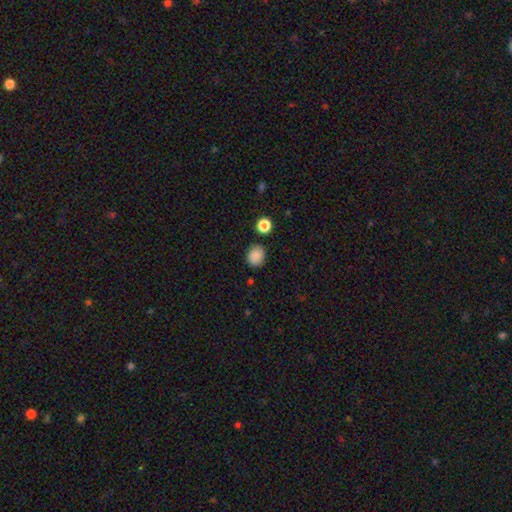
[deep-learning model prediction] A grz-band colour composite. It shows a smooth galaxy with no disk features (87%) that is round (71%). Merging: none (83%).